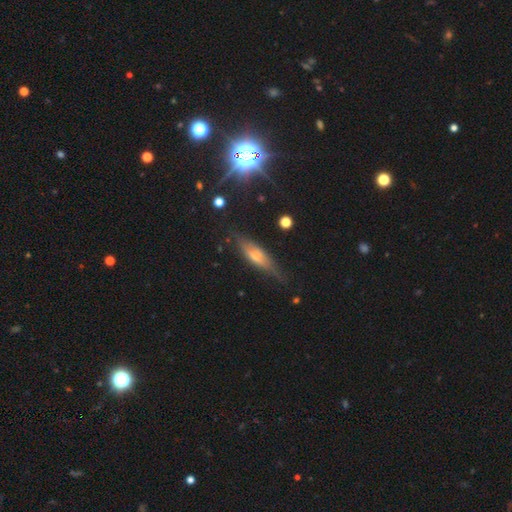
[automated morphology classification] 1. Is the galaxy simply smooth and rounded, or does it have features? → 53% featured or disk, 34% smooth, 13% star or artifact.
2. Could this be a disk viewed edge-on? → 83% yes, 17% no.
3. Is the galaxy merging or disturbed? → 73% none, 20% minor disturbance, 5% major disturbance, 2% merger.